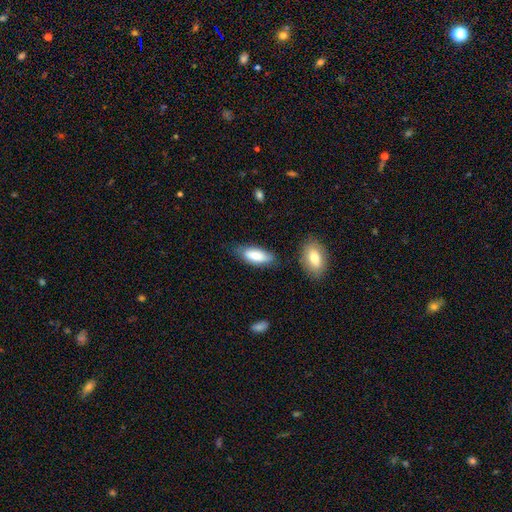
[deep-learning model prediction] A smooth galaxy with no disk features (81%) that is in between round and cigar-shaped (77%).

Vote fractions:
- Smooth or featured? smooth: 81% / featured or disk: 12% / star or artifact: 6%
- How rounded? in between: 77% / cigar-shaped: 21% / round: 2%
- Merging? none: 70% / minor disturbance: 22% / major disturbance: 5% / merger: 4%